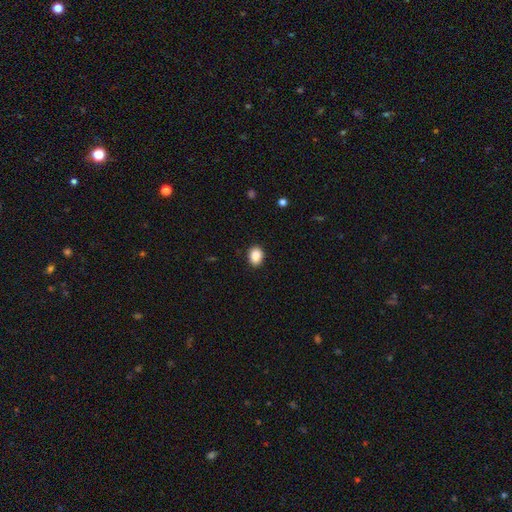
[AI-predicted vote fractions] smooth 89%, star or artifact 8%, featured or disk 3%. Down the decision tree: how rounded — in between (68%); merging — none (88%).